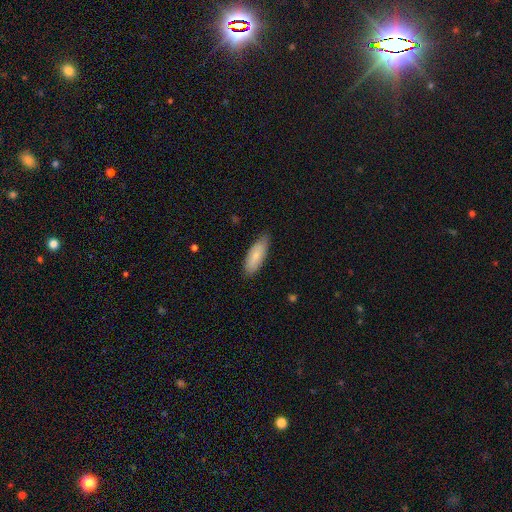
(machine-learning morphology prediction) The model was most divided on "how rounded": in between: 74%, cigar-shaped: 24%, round: 2%. More confident: smooth or featured — smooth (78%); merging — none (76%).